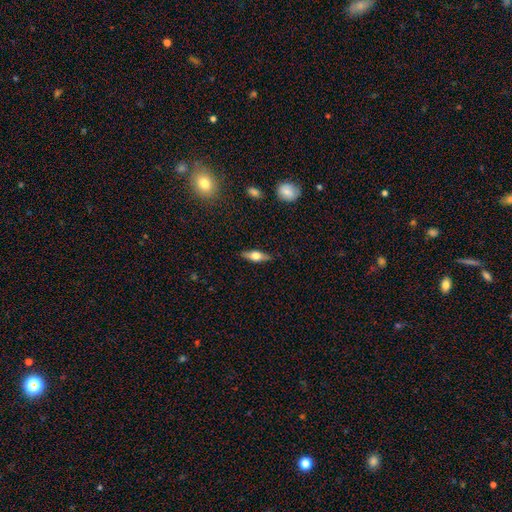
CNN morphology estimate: smooth-or-featured: featured or disk: 52% | smooth: 42% | star or artifact: 7%
  disk-edge-on: yes: 92% | no: 8%
  merging: none: 86% | minor disturbance: 10% | major disturbance: 2% | merger: 1%